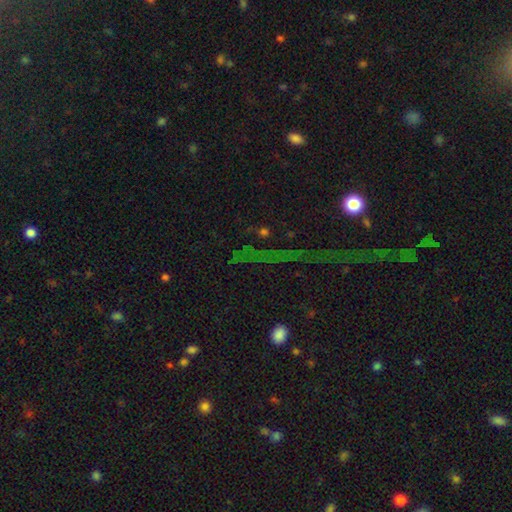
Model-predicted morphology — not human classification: smooth_or_featured: star or artifact (p=0.73) [alt: smooth p=0.15]